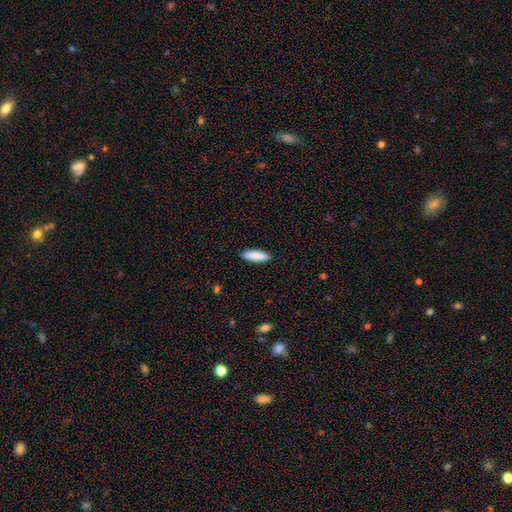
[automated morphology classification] Smooth or featured? smooth (88%)
How rounded? cigar-shaped (65%)
Merging? none (91%)